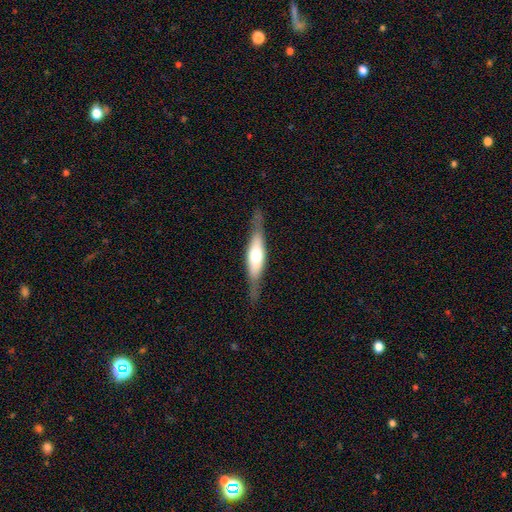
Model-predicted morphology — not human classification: featured or disk 60%, smooth 35%, star or artifact 5%. Down the decision tree: edge-on disk — yes (89%); edge-on bulge — rounded (81%); merging — none (78%).